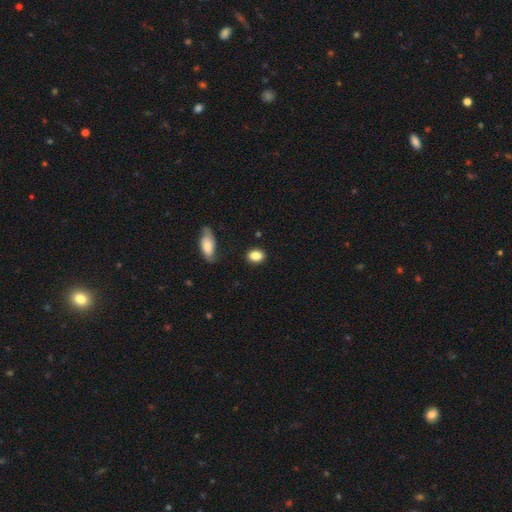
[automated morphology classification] A smooth galaxy with no disk features (84%) that is in between round and cigar-shaped (68%). Merging: none (81%).